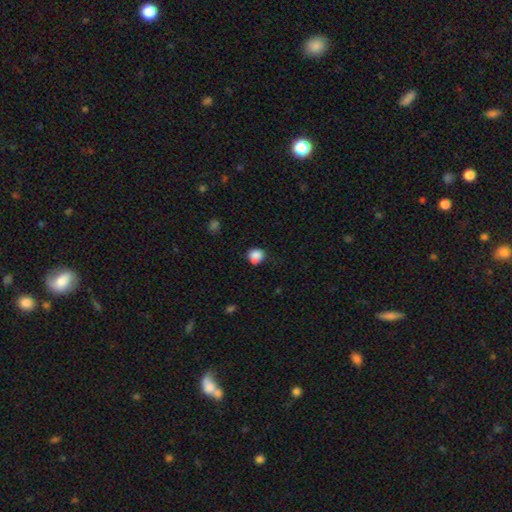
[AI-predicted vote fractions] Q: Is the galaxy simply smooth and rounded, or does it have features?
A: smooth — 83%.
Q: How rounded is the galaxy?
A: round — 73%.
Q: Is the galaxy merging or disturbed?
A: none — 54%.